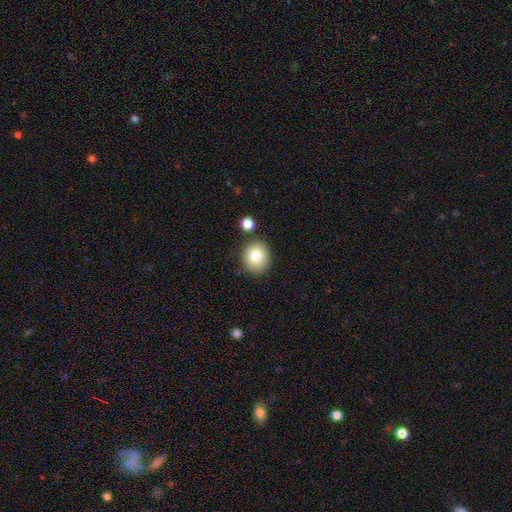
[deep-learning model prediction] This appears to be a smooth galaxy with no disk features (80%) that is round (76%). Merging: none (80%).